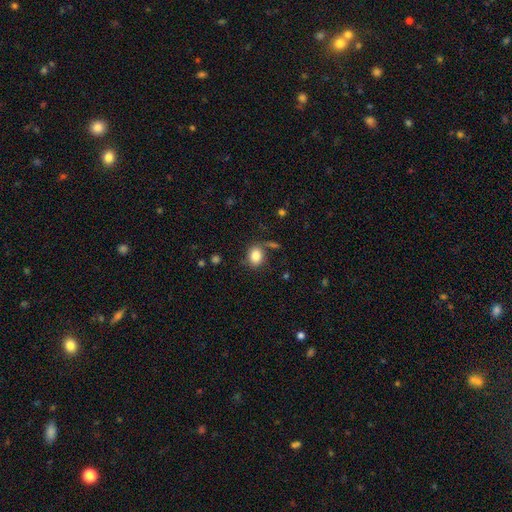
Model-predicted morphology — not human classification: Q: Smooth or featured?
A: smooth (83%); runner-up: star or artifact (10%)
Q: How rounded?
A: round (50%); runner-up: in between (49%)
Q: Merging?
A: none (73%); runner-up: minor disturbance (14%)